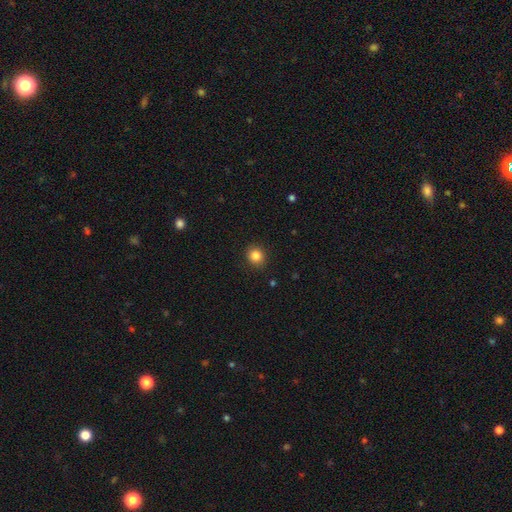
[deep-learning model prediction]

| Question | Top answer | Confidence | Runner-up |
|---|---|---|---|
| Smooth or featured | smooth | 85% | star or artifact (11%) |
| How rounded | round | 87% | in between (12%) |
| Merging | none | 91% | minor disturbance (6%) |